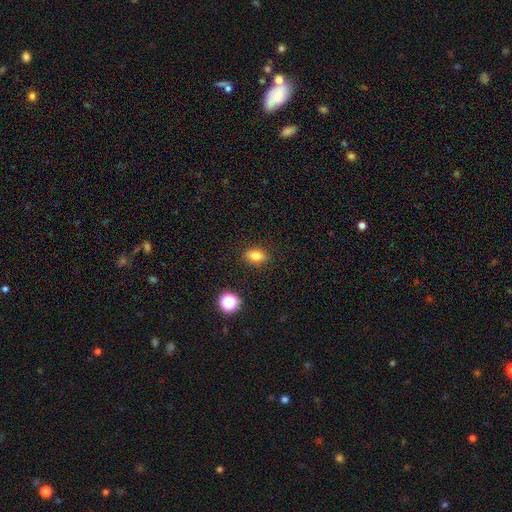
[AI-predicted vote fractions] Smooth or featured? smooth (80%)
How rounded? in between (78%)
Merging? none (87%)